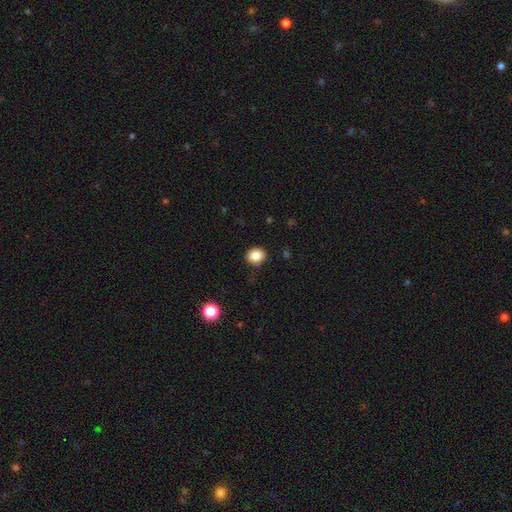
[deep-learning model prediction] smooth-or-featured: smooth: 85% | star or artifact: 10% | featured or disk: 4%
  how-rounded: round: 64% | in between: 35% | cigar-shaped: 1%
  merging: none: 85% | minor disturbance: 11% | major disturbance: 3% | merger: 1%